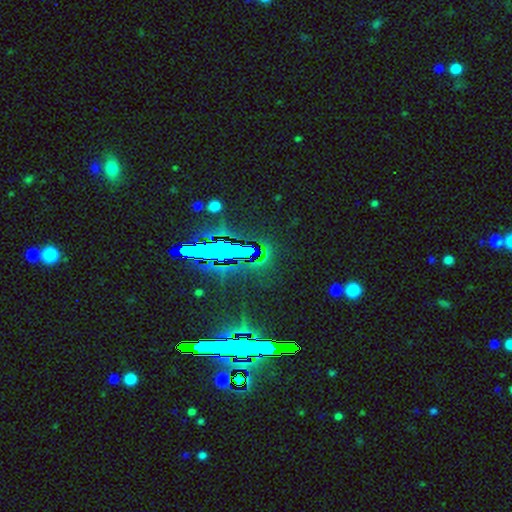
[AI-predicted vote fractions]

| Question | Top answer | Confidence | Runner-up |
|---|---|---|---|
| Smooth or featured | star or artifact | 77% | smooth (12%) |